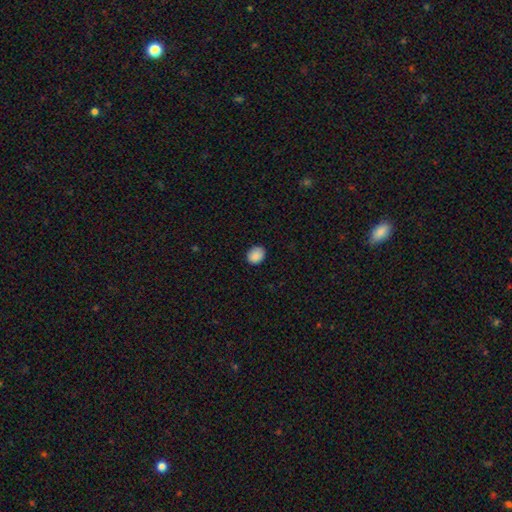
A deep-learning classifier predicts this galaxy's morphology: A smooth galaxy with no disk features (88%) that is round (55%). Merging: none (84%).